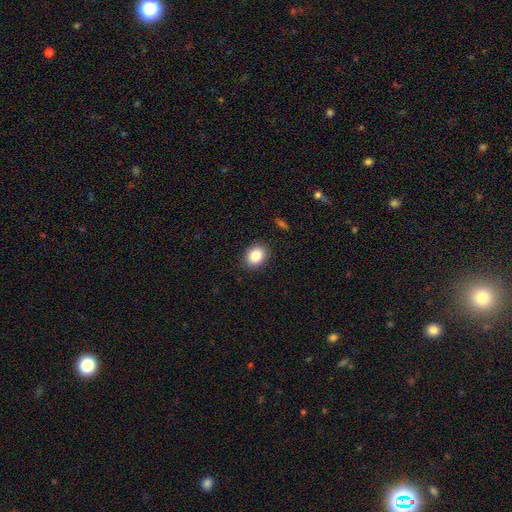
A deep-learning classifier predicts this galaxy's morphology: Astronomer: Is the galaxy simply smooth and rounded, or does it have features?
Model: smooth — 85%.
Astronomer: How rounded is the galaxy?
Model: round — 50% (runner-up: in between, 49%).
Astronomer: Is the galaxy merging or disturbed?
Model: none — 89%.